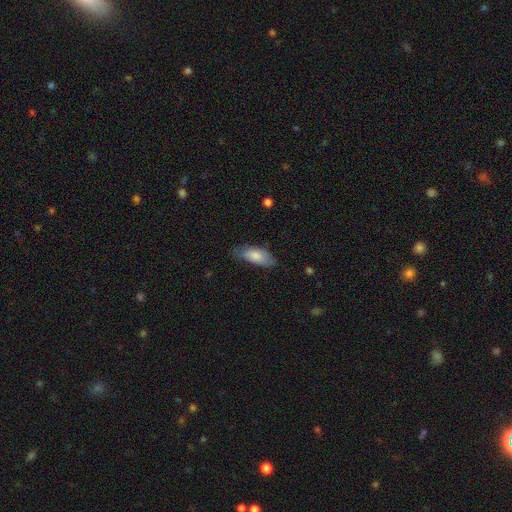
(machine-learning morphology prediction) This is clearly a smooth galaxy (80%). How rounded: clearly in between (82%). Merging: likely none (64%).